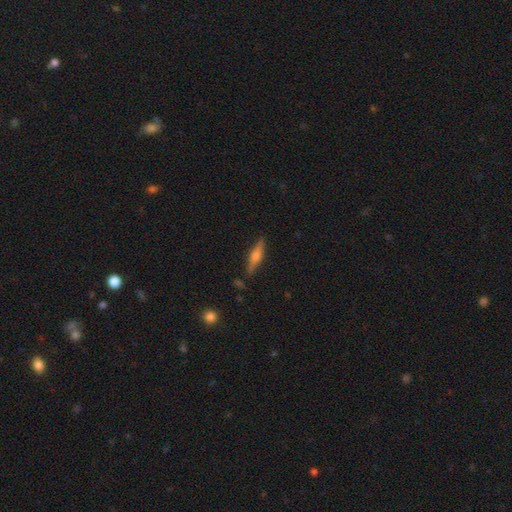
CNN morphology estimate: This appears to be a featured or disk galaxy (63%) viewed edge-on (96%) with a rounded central bulge (86%). Merging: none (86%).